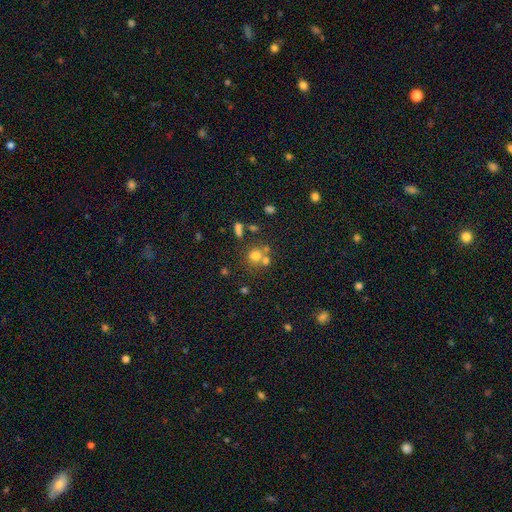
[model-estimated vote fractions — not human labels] This is likely a smooth galaxy (69%). How rounded: clearly round (82%). Merging: possibly none (51%).